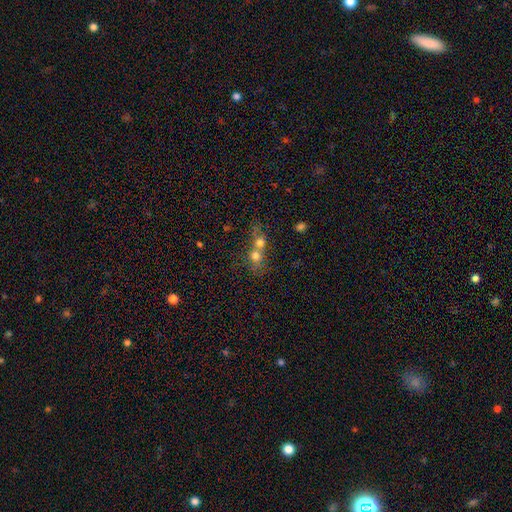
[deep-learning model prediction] A smooth galaxy with no disk features (67%) that is round (72%). Merging: merger (71%).